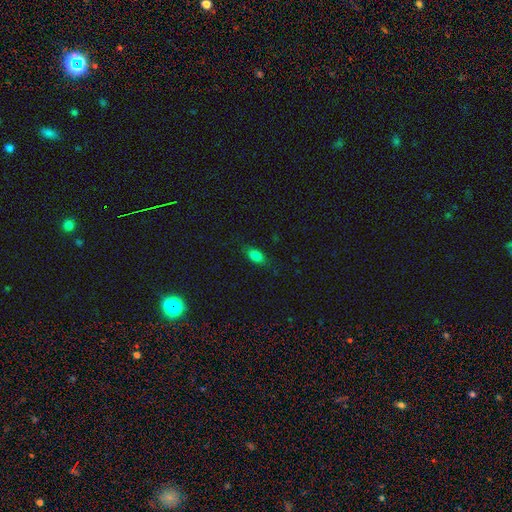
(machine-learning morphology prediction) smooth 81%, star or artifact 11%, featured or disk 9%. Down the decision tree: how rounded — in between (84%); merging — none (79%).